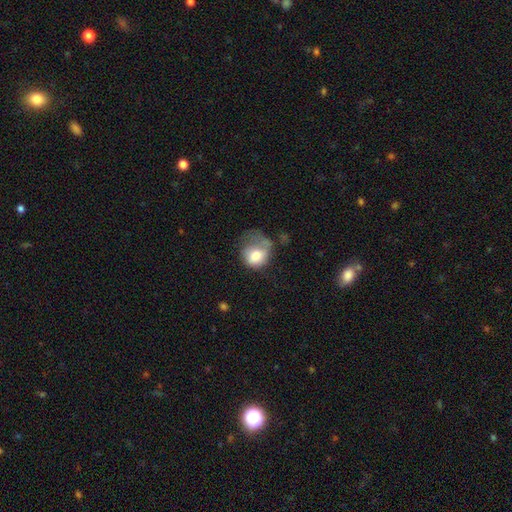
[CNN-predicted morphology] smooth-or-featured: smooth: 72% | featured or disk: 21% | star or artifact: 8%
  how-rounded: round: 61% | in between: 38% | cigar-shaped: 1%
  merging: major disturbance: 47% | minor disturbance: 26% | none: 21% | merger: 6%